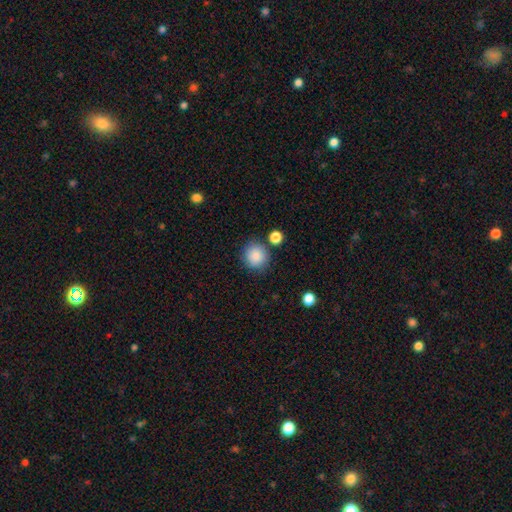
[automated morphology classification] This appears to be a smooth galaxy with no disk features (87%) that is round (89%). Merging: none (81%).